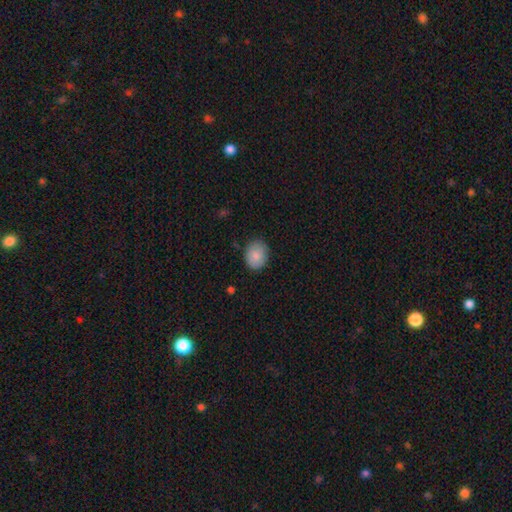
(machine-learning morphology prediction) Smooth or featured?
  - smooth: 86% *
  - star or artifact: 7%
  - featured or disk: 7%
How rounded?
  - round: 50% *
  - in between: 49%
  - cigar-shaped: 1%
Merging?
  - none: 82% *
  - minor disturbance: 14%
  - major disturbance: 3%
  - merger: 1%